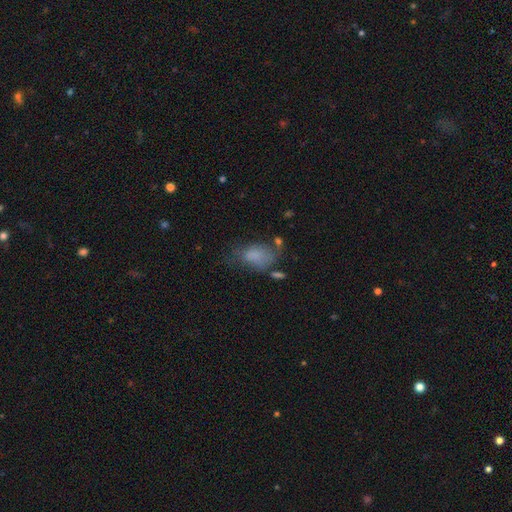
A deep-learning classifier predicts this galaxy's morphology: Smooth or featured? Predicted: smooth (p=0.72). How rounded? Predicted: in between (p=0.84). Merging? Predicted: none (p=0.36).